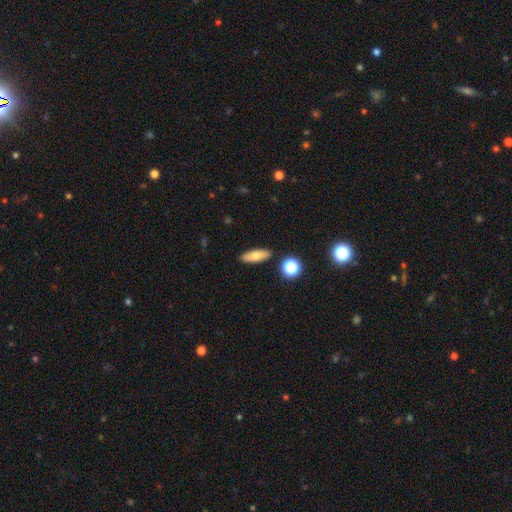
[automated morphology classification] The model was most divided on "how rounded": in between: 58%, cigar-shaped: 37%, round: 5%. More confident: merging — none (88%); smooth or featured — smooth (74%).